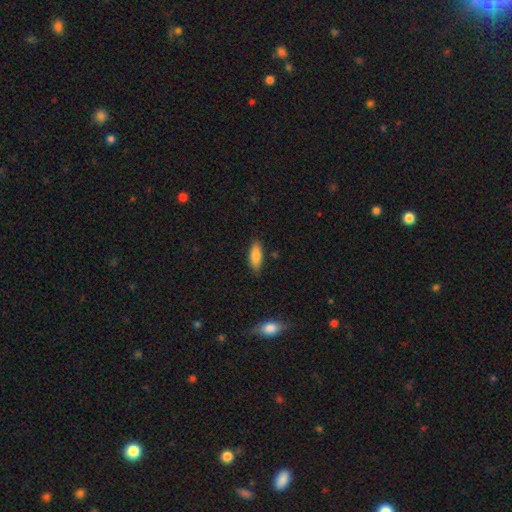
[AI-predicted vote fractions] smooth_or_featured: smooth (p=0.84) [alt: featured or disk p=0.09]
how_rounded: in between (p=0.70) [alt: cigar-shaped p=0.28]
merging: none (p=0.80) [alt: minor disturbance p=0.15]